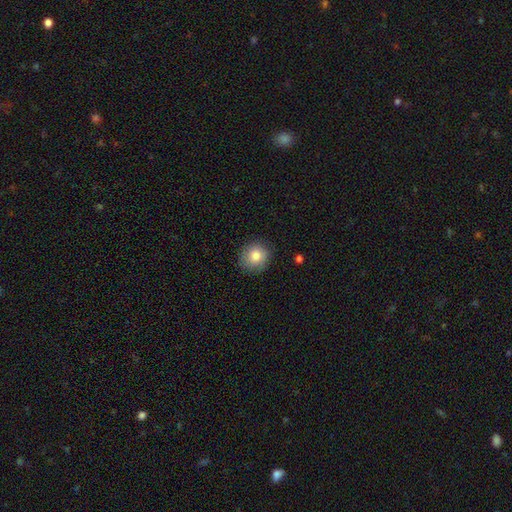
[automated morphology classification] Smooth or featured?
  - smooth: 82% *
  - featured or disk: 9%
  - star or artifact: 9%
How rounded?
  - round: 82% *
  - in between: 17%
  - cigar-shaped: 1%
Merging?
  - none: 84% *
  - minor disturbance: 12%
  - major disturbance: 3%
  - merger: 1%